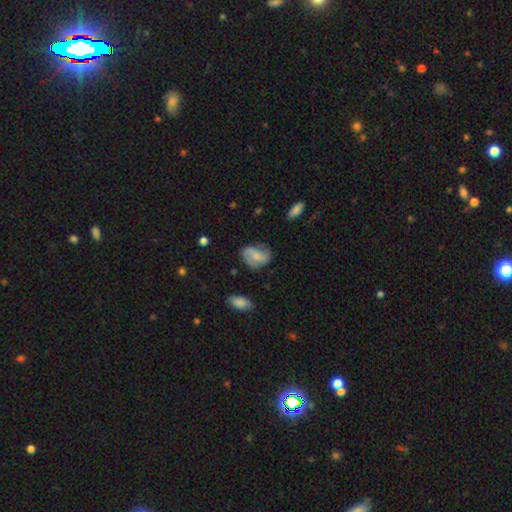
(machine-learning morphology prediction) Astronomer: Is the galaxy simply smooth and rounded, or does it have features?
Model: featured or disk — 47% (runner-up: smooth, 46%).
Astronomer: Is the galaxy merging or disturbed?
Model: none — 66%.